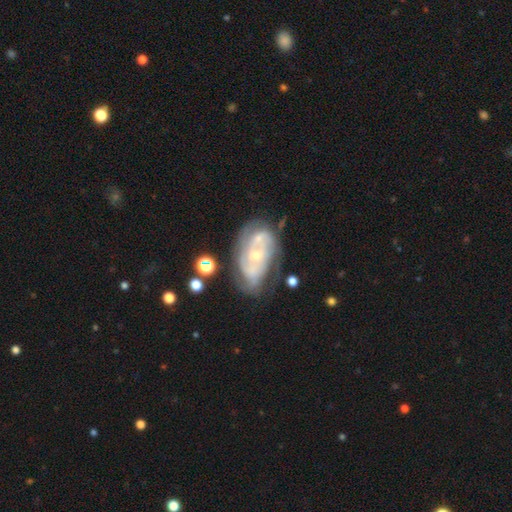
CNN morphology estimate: Smooth or featured? Predicted: featured or disk (p=0.77). Edge-on disk? Predicted: no (p=0.96). Bar? Predicted: no (p=0.70). Spiral arms? Predicted: yes (p=0.84). Spiral winding? Predicted: tight (p=0.54). Spiral arm count? Predicted: can't tell (p=0.38). Bulge size? Predicted: small (p=0.63). Merging? Predicted: none (p=0.53).